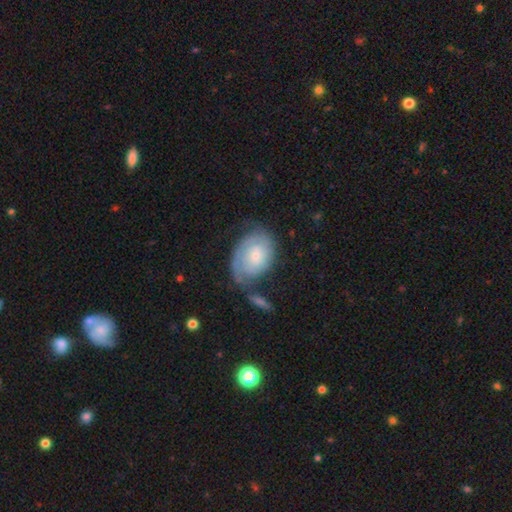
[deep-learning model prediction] Smooth or featured? Predicted: featured or disk (p=0.67). Edge-on disk? Predicted: no (p=0.97). Bar? Predicted: no (p=0.67). Spiral arms? Predicted: yes (p=0.88). Spiral winding? Predicted: tight (p=0.68). Spiral arm count? Predicted: 2 (p=0.37). Bulge size? Predicted: small (p=0.56). Merging? Predicted: none (p=0.49).